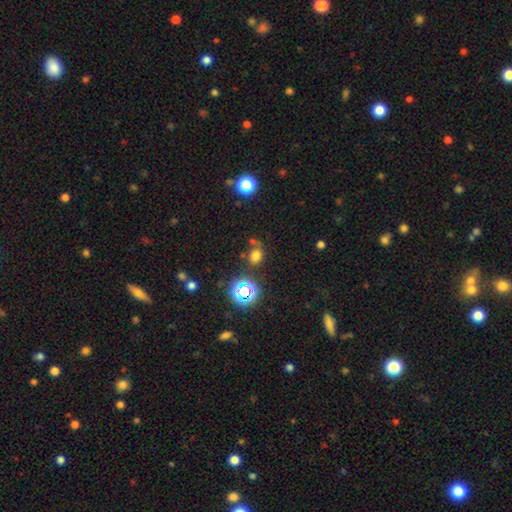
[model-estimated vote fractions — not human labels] Morphology: type=smooth (66%); roundness=round (68%); merging=none (65%).